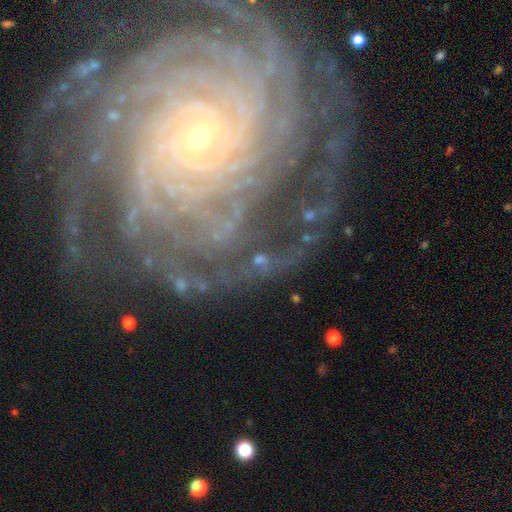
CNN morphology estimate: This appears to be a featured or disk galaxy (90%) with no bar (67%), more than 4 (38%) tight (84%) spiral arms (98%) and a small central bulge (84%). Merging: none (76%).